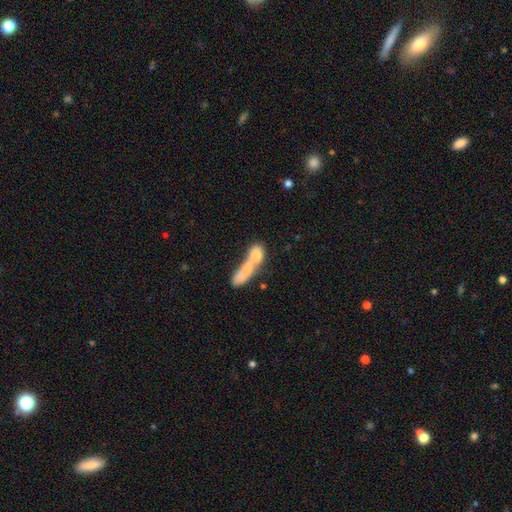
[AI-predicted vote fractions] Smooth or featured? Predicted: smooth (p=0.69). How rounded? Predicted: in between (p=0.46). Merging? Predicted: merger (p=0.72).